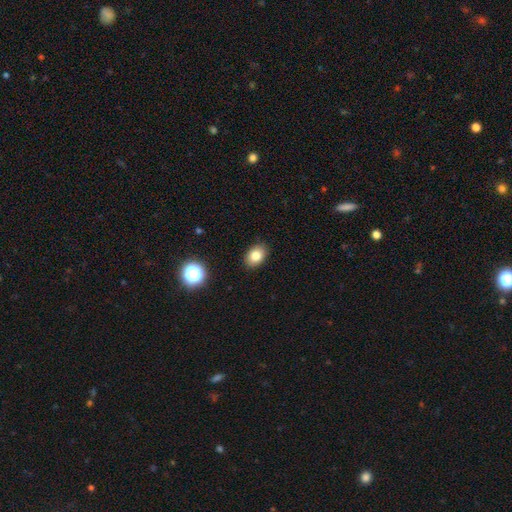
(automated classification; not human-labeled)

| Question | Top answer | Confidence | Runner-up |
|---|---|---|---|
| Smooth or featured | smooth | 82% | star or artifact (10%) |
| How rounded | in between | 77% | round (22%) |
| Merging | none | 88% | minor disturbance (8%) |